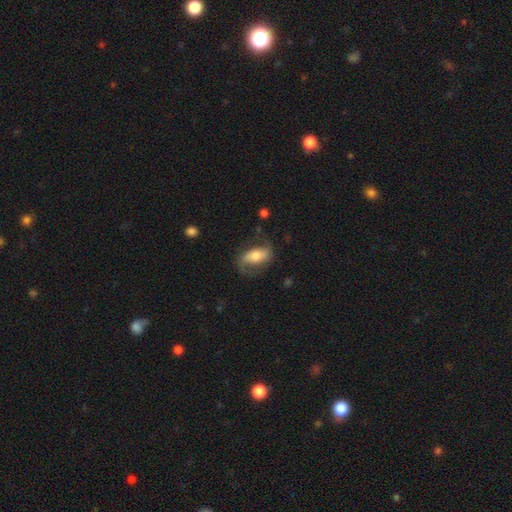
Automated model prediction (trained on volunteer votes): This is possibly a featured or disk galaxy (58%). It is clearly not viewed edge-on (92%). Bar: marginally strong (35%). Spiral arm pattern: clearly yes (82%). Central bulge: possibly moderate (59%). Merging: likely none (65%).